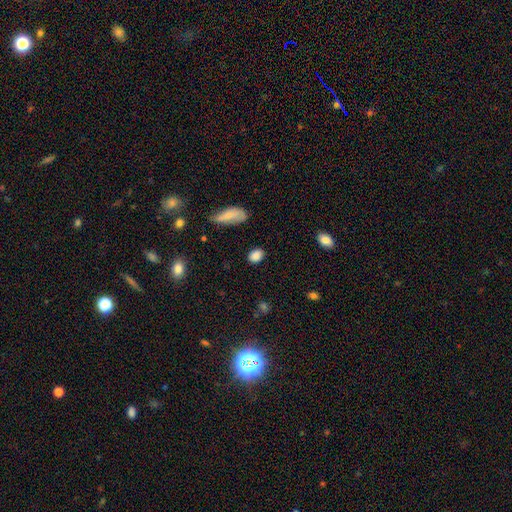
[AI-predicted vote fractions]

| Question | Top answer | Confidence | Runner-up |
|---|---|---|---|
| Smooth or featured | smooth | 86% | star or artifact (9%) |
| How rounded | in between | 67% | round (30%) |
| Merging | none | 83% | minor disturbance (12%) |